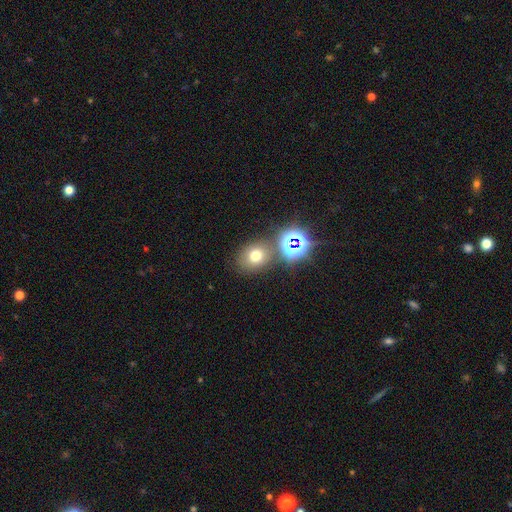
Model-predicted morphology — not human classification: Smooth or featured?
  - smooth: 66% *
  - star or artifact: 24%
  - featured or disk: 10%
How rounded?
  - round: 61% *
  - in between: 38%
  - cigar-shaped: 1%
Merging?
  - none: 71% *
  - merger: 14%
  - minor disturbance: 11%
  - major disturbance: 4%